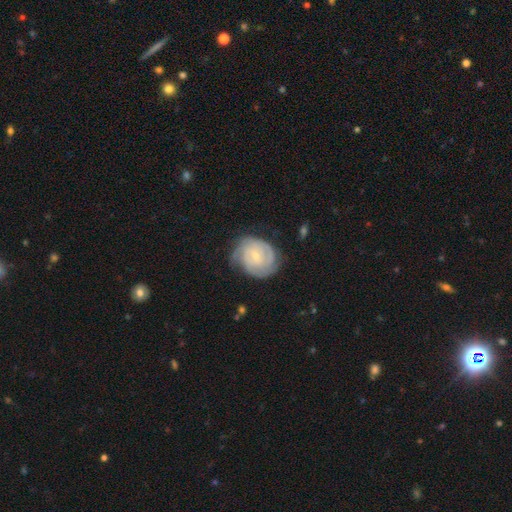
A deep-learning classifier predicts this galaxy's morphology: Q: Smooth or featured?
A: featured or disk (82%); runner-up: smooth (13%)
Q: Edge-on disk?
A: no (98%); runner-up: yes (2%)
Q: Bar?
A: no (55%); runner-up: weak (39%)
Q: Spiral arms?
A: yes (96%); runner-up: no (4%)
Q: Spiral winding?
A: tight (72%); runner-up: medium (24%)
Q: Spiral arm count?
A: 2 (35%); runner-up: can't tell (26%)
Q: Bulge size?
A: small (71%); runner-up: moderate (24%)
Q: Merging?
A: none (67%); runner-up: minor disturbance (23%)